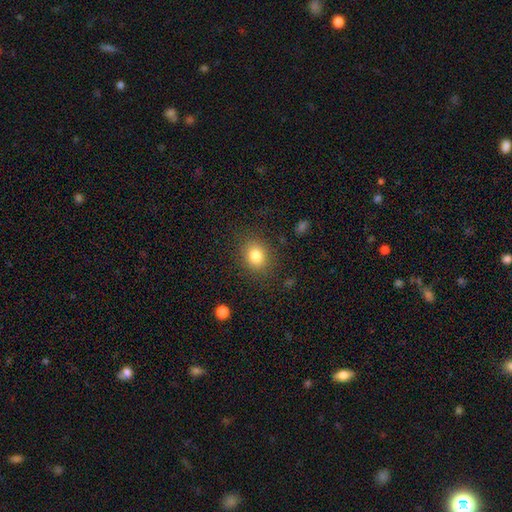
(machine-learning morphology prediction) Smooth or featured? Predicted: smooth (p=0.81). How rounded? Predicted: round (p=0.59). Merging? Predicted: none (p=0.85).